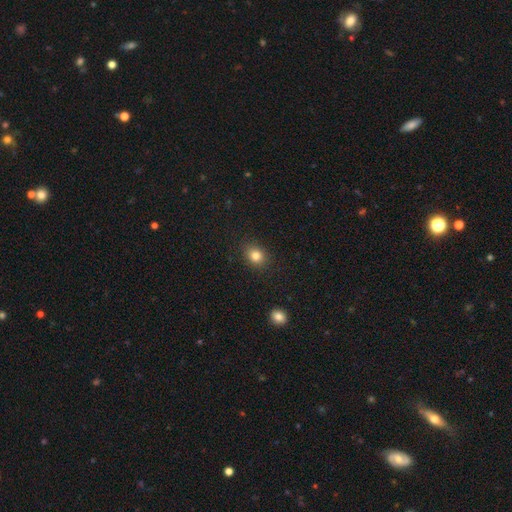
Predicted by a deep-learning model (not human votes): This is clearly a smooth galaxy (82%). How rounded: likely round (63%). Merging: clearly none (88%).